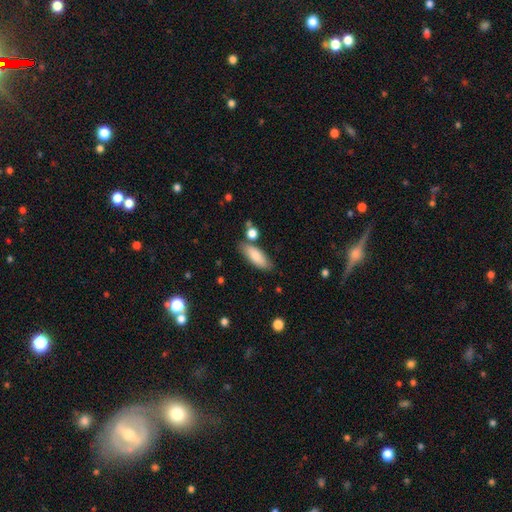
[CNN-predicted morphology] smooth 79%, featured or disk 14%, star or artifact 6%. Down the decision tree: how rounded — in between (65%); merging — none (75%).